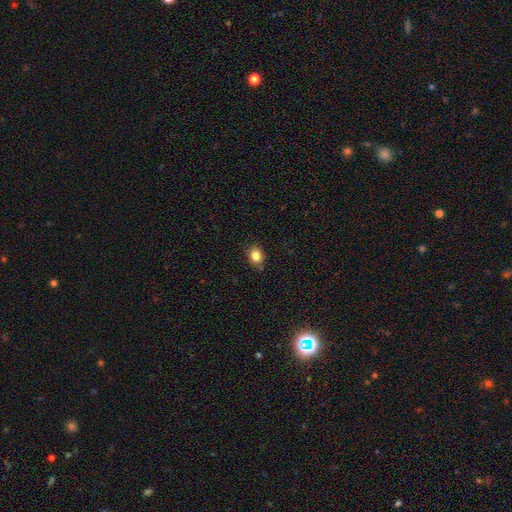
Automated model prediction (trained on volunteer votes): smooth 84%, star or artifact 10%, featured or disk 6%. Down the decision tree: how rounded — in between (50%); merging — none (79%).